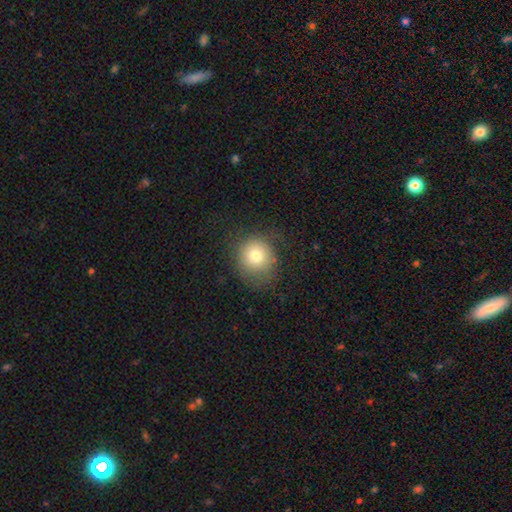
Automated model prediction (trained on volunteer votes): A smooth galaxy with no disk features (77%) that is round (87%).

Vote fractions:
- Smooth or featured? smooth: 77% / featured or disk: 12% / star or artifact: 11%
- How rounded? round: 87% / in between: 12% / cigar-shaped: 1%
- Merging? none: 71% / minor disturbance: 18% / major disturbance: 9% / merger: 1%